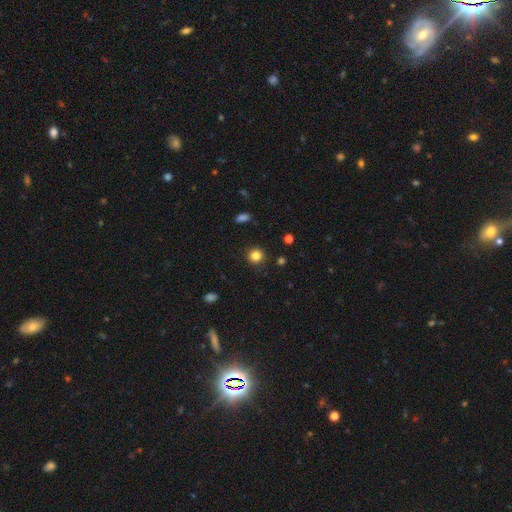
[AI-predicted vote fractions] smooth-or-featured: smooth: 83% | star or artifact: 12% | featured or disk: 5%
  how-rounded: round: 92% | in between: 7% | cigar-shaped: 1%
  merging: none: 90% | minor disturbance: 7% | major disturbance: 2% | merger: 1%